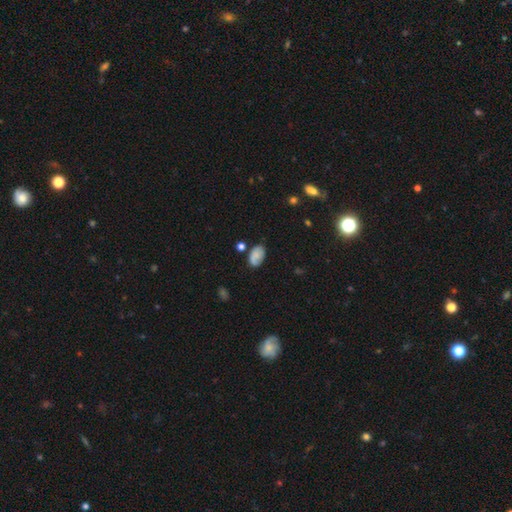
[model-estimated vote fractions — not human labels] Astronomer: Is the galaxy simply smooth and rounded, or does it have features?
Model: smooth — 71%.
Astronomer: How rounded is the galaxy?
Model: in between — 88%.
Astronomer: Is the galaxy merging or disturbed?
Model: none — 65%.